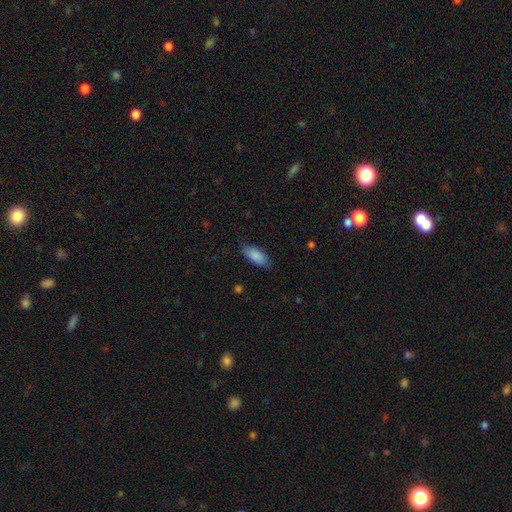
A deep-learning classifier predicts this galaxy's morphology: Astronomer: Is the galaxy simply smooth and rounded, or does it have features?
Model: smooth — 88%.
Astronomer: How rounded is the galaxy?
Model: in between — 84%.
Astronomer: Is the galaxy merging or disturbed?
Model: none — 82%.